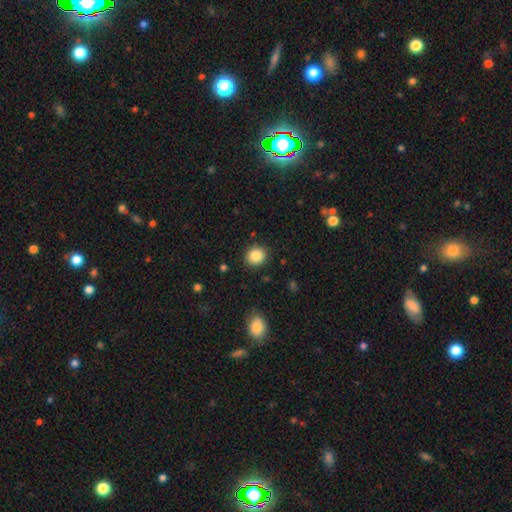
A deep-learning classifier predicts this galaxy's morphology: Smooth or featured? Predicted: smooth (p=0.85). How rounded? Predicted: round (p=0.83). Merging? Predicted: none (p=0.89).